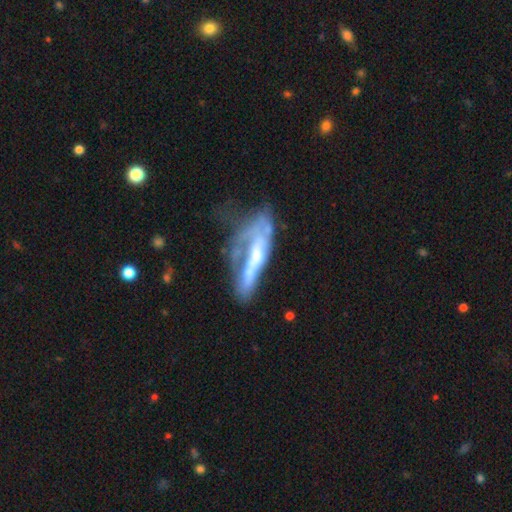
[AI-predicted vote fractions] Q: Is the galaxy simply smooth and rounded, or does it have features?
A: featured or disk — 64%.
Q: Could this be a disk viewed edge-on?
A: no — 73%.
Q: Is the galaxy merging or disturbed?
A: major disturbance — 42%.